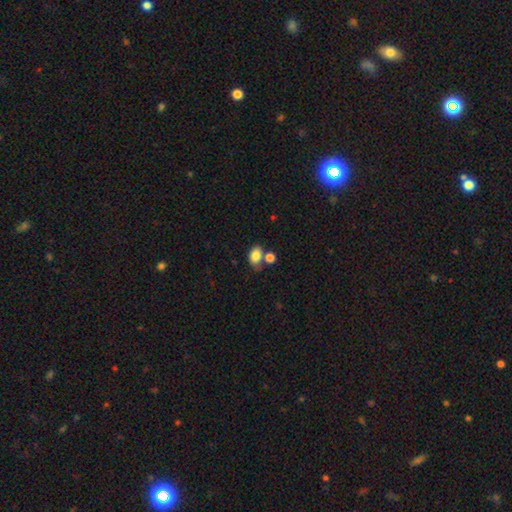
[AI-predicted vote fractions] Morphology: type=smooth (83%); roundness=in between (81%); merging=none (52%).